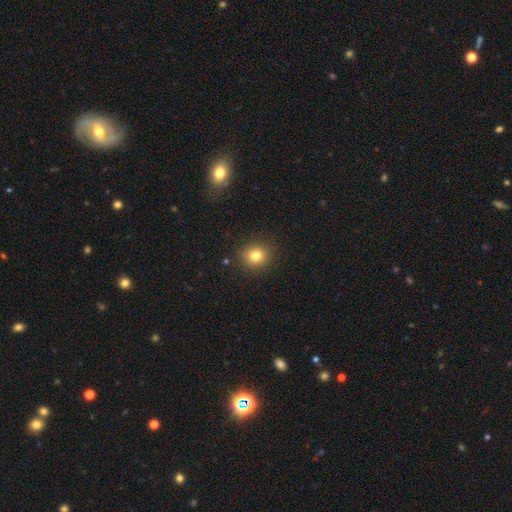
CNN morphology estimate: This appears to be a smooth galaxy with no disk features (81%) that is round (83%). Merging: none (89%).